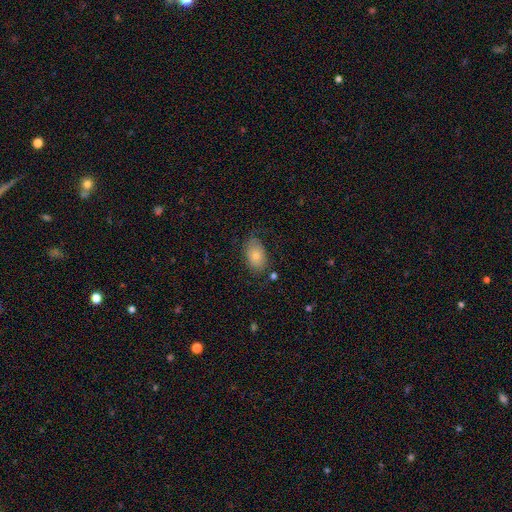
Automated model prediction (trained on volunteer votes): A smooth galaxy with no disk features (73%) that is in between round and cigar-shaped (88%).

Vote fractions:
- Smooth or featured? smooth: 73% / featured or disk: 19% / star or artifact: 8%
- How rounded? in between: 88% / round: 11% / cigar-shaped: 1%
- Merging? none: 69% / minor disturbance: 21% / major disturbance: 7% / merger: 2%